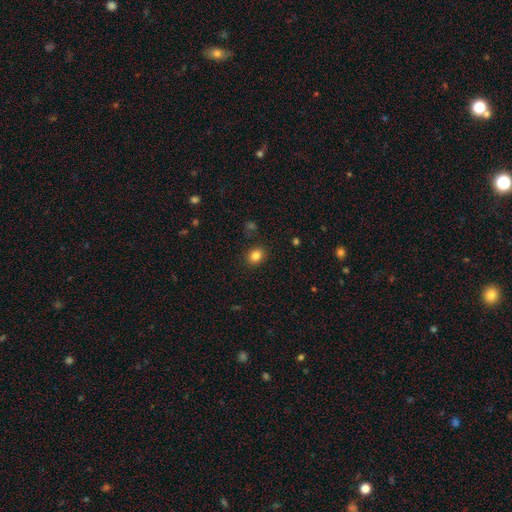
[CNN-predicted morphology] This is clearly a smooth galaxy (83%). How rounded: possibly round (57%). Merging: clearly none (89%).